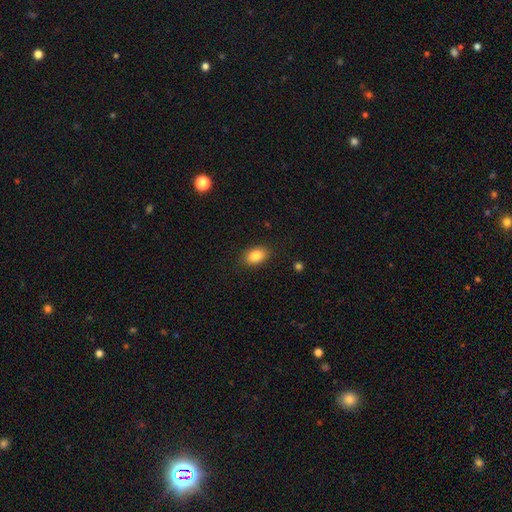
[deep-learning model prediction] Smooth or featured?
  - smooth: 85% *
  - star or artifact: 8%
  - featured or disk: 7%
How rounded?
  - in between: 83% *
  - round: 16%
  - cigar-shaped: 1%
Merging?
  - none: 87% *
  - minor disturbance: 9%
  - major disturbance: 2%
  - merger: 1%